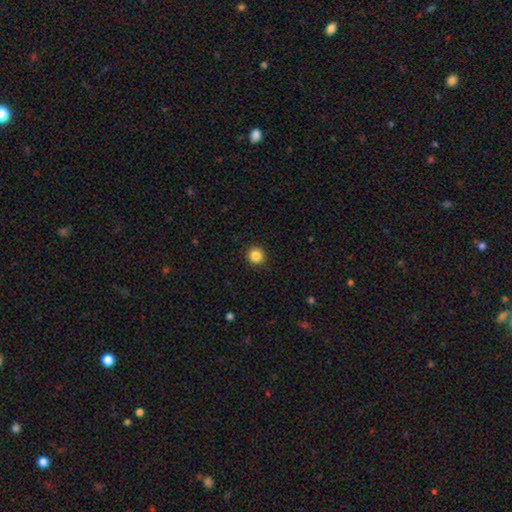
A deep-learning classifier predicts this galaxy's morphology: type=smooth (86%); roundness=round (94%); merging=none (92%).